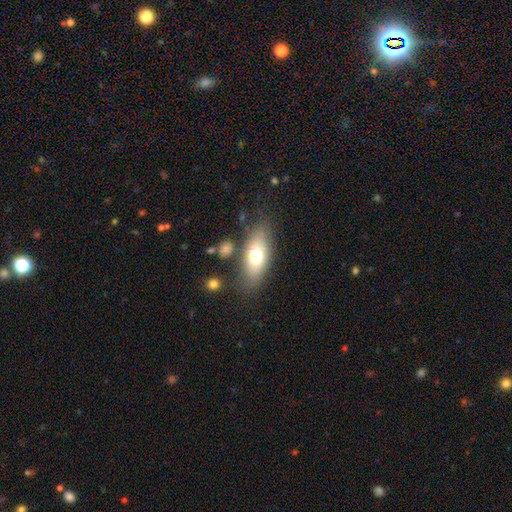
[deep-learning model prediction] A smooth galaxy with no disk features (70%) that is in between round and cigar-shaped (78%).

Vote fractions:
- Smooth or featured? smooth: 70% / featured or disk: 23% / star or artifact: 7%
- How rounded? in between: 78% / cigar-shaped: 18% / round: 4%
- Merging? none: 76% / minor disturbance: 14% / merger: 5% / major disturbance: 5%